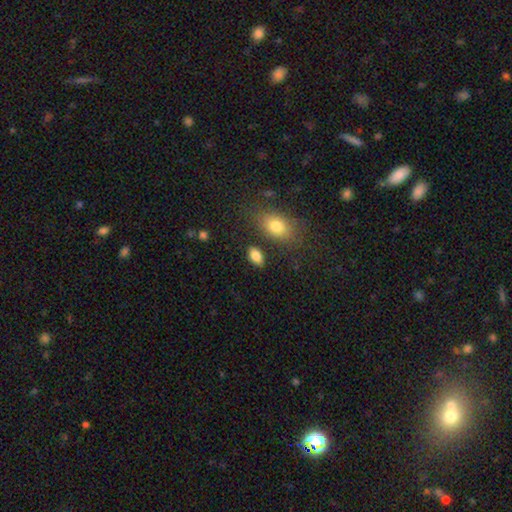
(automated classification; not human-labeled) Smooth or featured? smooth (85%)
How rounded? in between (90%)
Merging? none (83%)